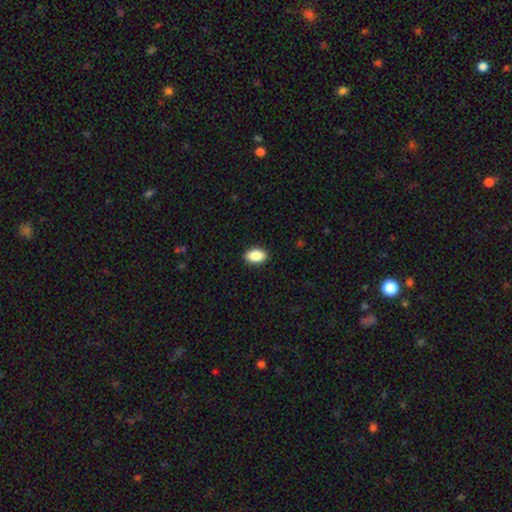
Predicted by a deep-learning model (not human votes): The model was most divided on "smooth or featured": smooth: 88%, star or artifact: 7%, featured or disk: 5%. More confident: how rounded — in between (91%); merging — none (90%).